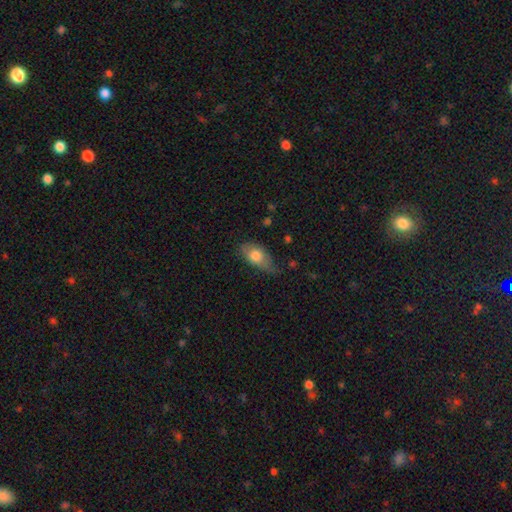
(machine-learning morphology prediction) Smooth or featured? smooth (73%)
How rounded? in between (88%)
Merging? none (47%)